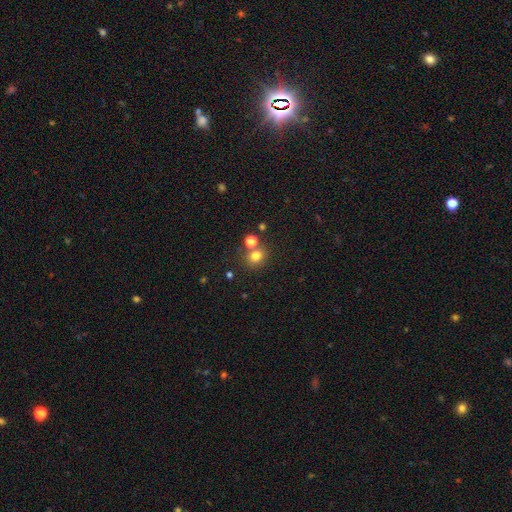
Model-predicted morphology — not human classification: smooth-or-featured: smooth: 76% | star or artifact: 17% | featured or disk: 7%
  how-rounded: round: 74% | in between: 25% | cigar-shaped: 1%
  merging: none: 68% | merger: 19% | minor disturbance: 9% | major disturbance: 3%